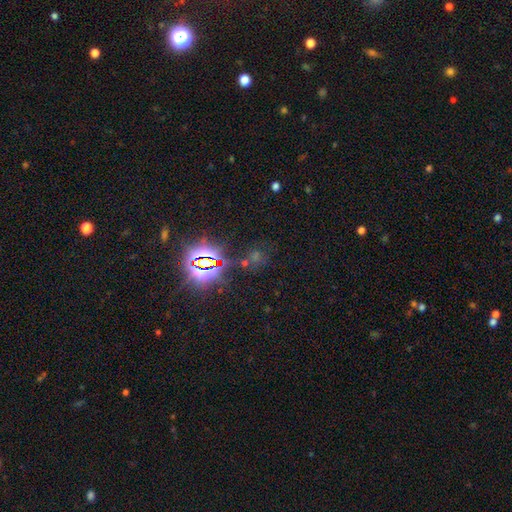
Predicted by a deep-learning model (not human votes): smooth-or-featured: star or artifact: 71% | smooth: 21% | featured or disk: 8%